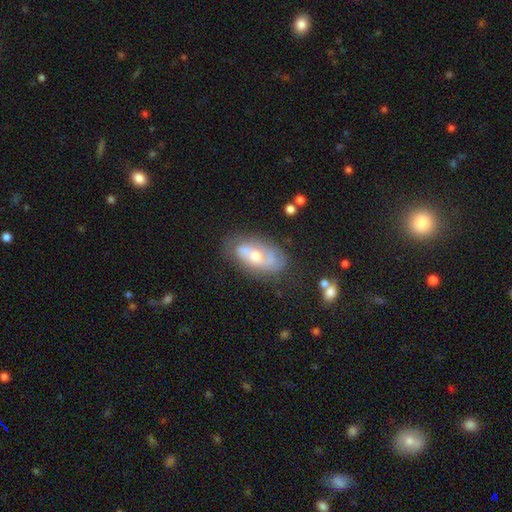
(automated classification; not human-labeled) A featured or disk galaxy (69%) with no bar (62%), spiral arms (77%) and a moderate central bulge (63%). Merging: none (69%).